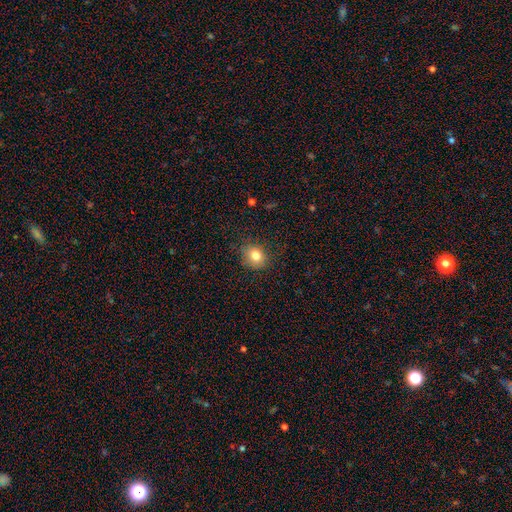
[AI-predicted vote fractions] This is clearly a smooth galaxy (81%). How rounded: likely round (72%). Merging: clearly none (83%).